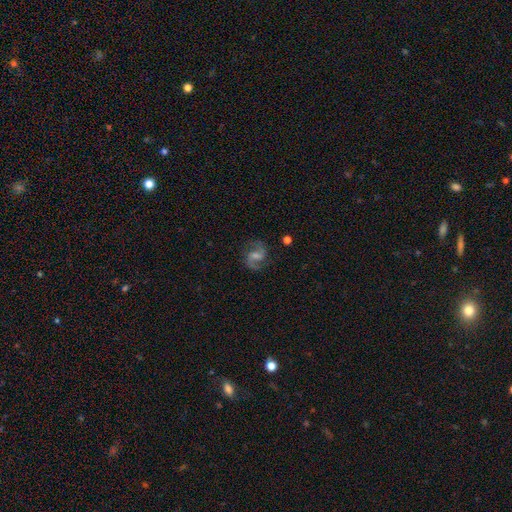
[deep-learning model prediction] A featured or disk galaxy (87%) with a weak bar (53%), 2 (93%) medium (58%) spiral arms (97%) and a small central bulge (40%). Merging: none (82%).